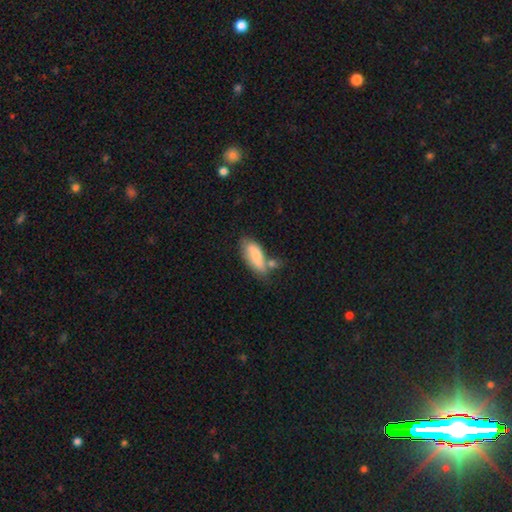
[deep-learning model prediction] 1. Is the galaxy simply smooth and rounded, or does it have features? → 77% smooth, 17% featured or disk, 6% star or artifact.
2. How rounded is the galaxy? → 82% in between, 16% cigar-shaped, 2% round.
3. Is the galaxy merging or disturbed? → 41% none, 25% merger, 24% minor disturbance, 9% major disturbance.